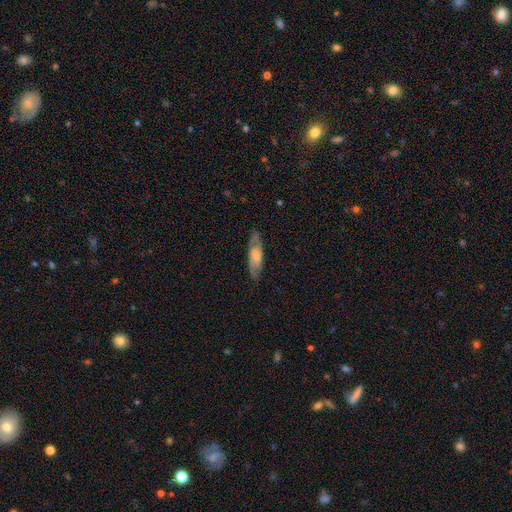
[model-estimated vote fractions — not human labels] Smooth or featured?
  - smooth: 48% *
  - featured or disk: 46%
  - star or artifact: 6%
Merging?
  - none: 77% *
  - minor disturbance: 17%
  - major disturbance: 5%
  - merger: 1%